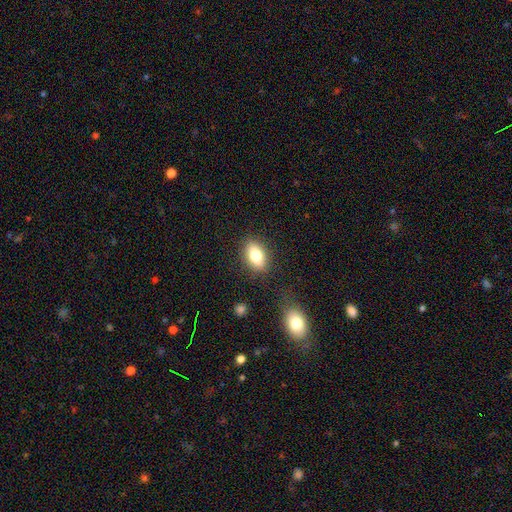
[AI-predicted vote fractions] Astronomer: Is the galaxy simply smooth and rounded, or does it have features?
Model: smooth — 78%.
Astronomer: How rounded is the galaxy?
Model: in between — 86%.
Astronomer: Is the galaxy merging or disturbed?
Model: none — 84%.